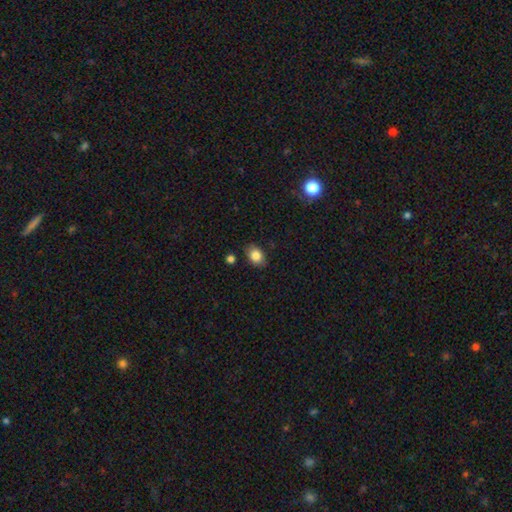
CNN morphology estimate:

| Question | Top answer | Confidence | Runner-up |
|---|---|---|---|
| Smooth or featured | smooth | 84% | star or artifact (9%) |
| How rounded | in between | 69% | round (30%) |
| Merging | none | 82% | minor disturbance (13%) |